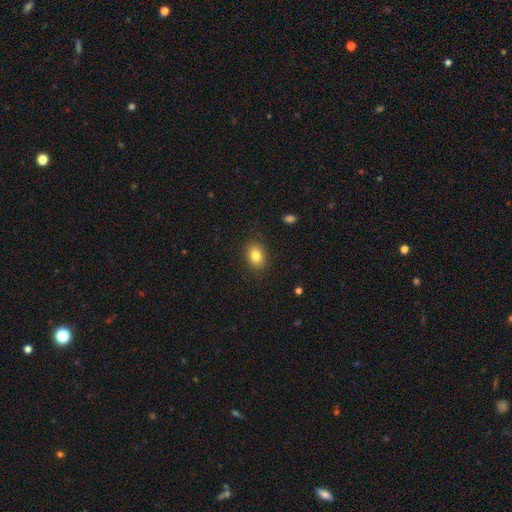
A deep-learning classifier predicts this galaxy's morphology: Smooth or featured?
  - smooth: 82% *
  - star or artifact: 9%
  - featured or disk: 8%
How rounded?
  - in between: 67% *
  - round: 32%
  - cigar-shaped: 1%
Merging?
  - none: 87% *
  - minor disturbance: 9%
  - major disturbance: 3%
  - merger: 1%